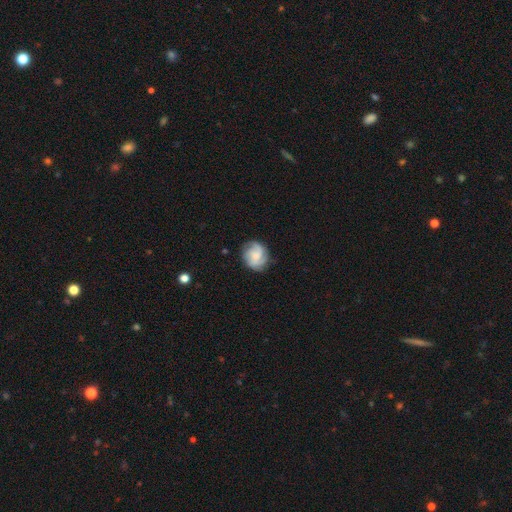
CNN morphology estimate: smooth_or_featured: featured or disk (p=0.62) [alt: smooth p=0.30]
disk_edge_on: no (p=0.98) [alt: yes p=0.02]
bar: no (p=0.65) [alt: weak p=0.30]
has_spiral_arms: yes (p=0.94) [alt: no p=0.06]
spiral_winding: medium (p=0.42) [alt: tight p=0.41]
spiral_arm_count: 3 (p=0.43) [alt: 2 p=0.20]
bulge_size: small (p=0.33) [alt: moderate p=0.28]
merging: none (p=0.77) [alt: minor disturbance p=0.16]